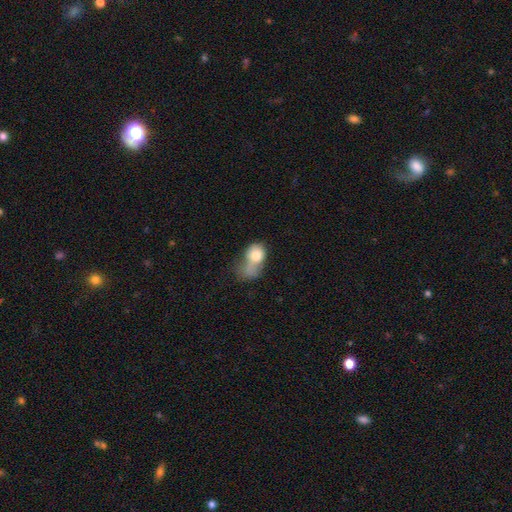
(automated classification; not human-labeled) Smooth or featured: smooth — 72% (featured or disk — 20%)
How rounded: in between — 61% (round — 37%)
Merging: major disturbance — 42% (merger — 29%)